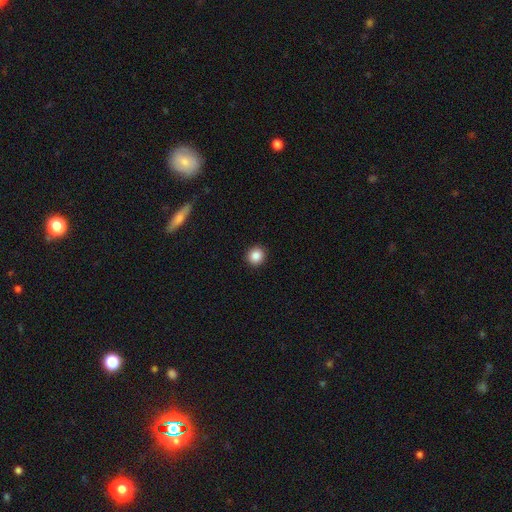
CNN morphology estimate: This appears to be a smooth galaxy with no disk features (87%) that is round (91%). Merging: none (92%).